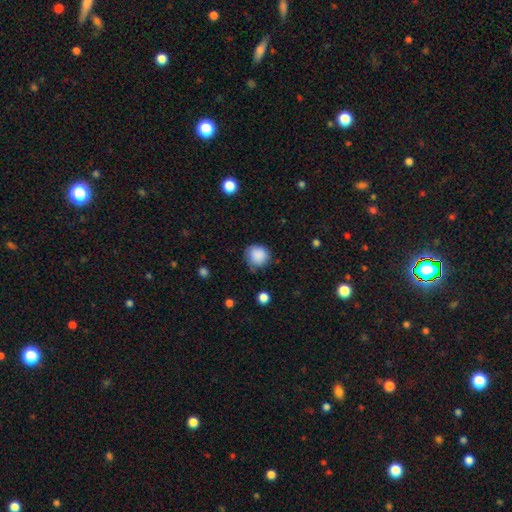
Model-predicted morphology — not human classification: Smooth or featured? smooth (87%)
How rounded? round (89%)
Merging? none (70%)